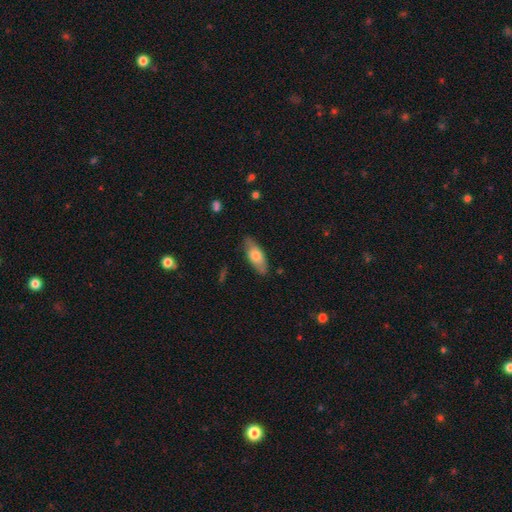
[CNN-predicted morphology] smooth-or-featured: smooth: 66% | featured or disk: 28% | star or artifact: 6%
  how-rounded: in between: 74% | cigar-shaped: 23% | round: 3%
  merging: none: 81% | minor disturbance: 15% | major disturbance: 3% | merger: 1%